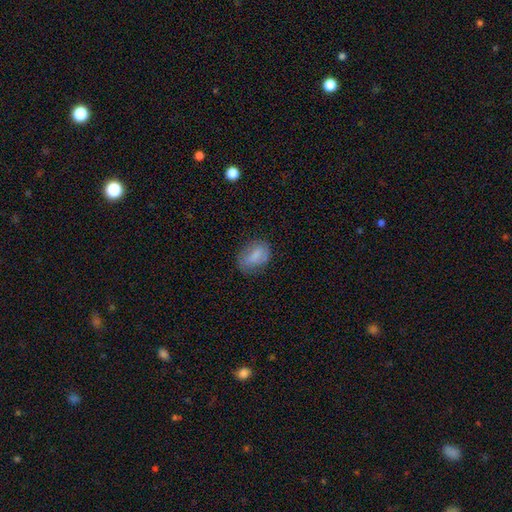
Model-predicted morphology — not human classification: smooth-or-featured: smooth: 75% | featured or disk: 16% | star or artifact: 8%
  how-rounded: in between: 80% | round: 18% | cigar-shaped: 2%
  merging: none: 67% | minor disturbance: 23% | major disturbance: 8% | merger: 2%